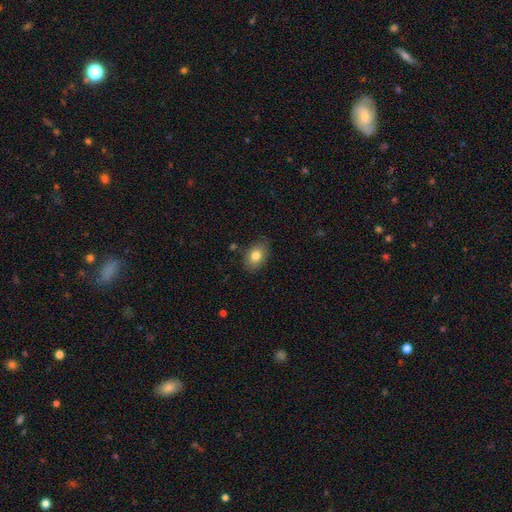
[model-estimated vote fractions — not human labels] The model was most divided on "how rounded": in between: 75%, round: 23%, cigar-shaped: 1%. More confident: merging — none (82%); smooth or featured — smooth (80%).